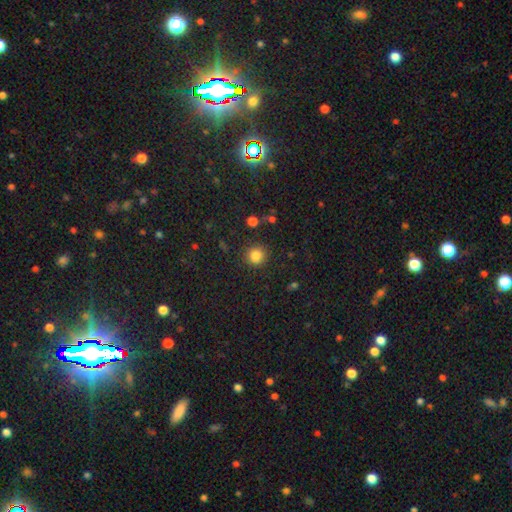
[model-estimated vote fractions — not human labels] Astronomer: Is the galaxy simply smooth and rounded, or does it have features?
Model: smooth — 83%.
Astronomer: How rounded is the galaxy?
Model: round — 86%.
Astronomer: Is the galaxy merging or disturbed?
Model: none — 83%.